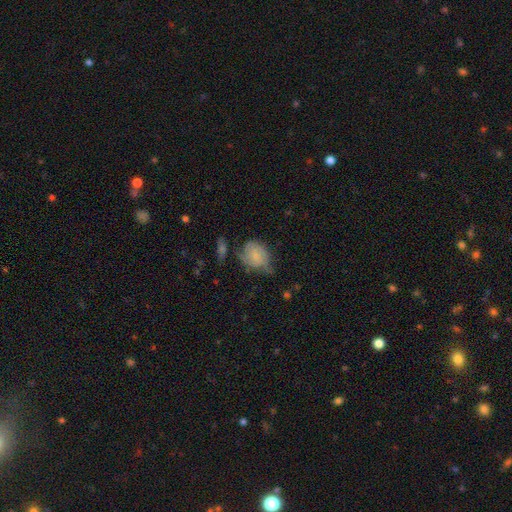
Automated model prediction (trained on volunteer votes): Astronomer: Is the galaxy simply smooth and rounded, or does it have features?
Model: smooth — 61%.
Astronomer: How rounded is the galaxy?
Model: round — 50% (runner-up: in between, 48%).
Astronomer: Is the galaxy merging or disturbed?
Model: minor disturbance — 38% (runner-up: none, 37%).